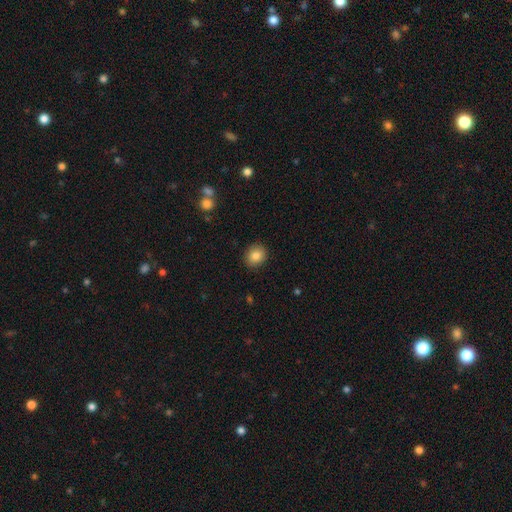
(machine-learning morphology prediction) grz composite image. It shows a smooth galaxy with no disk features (85%) that is round (68%). Merging: none (89%).